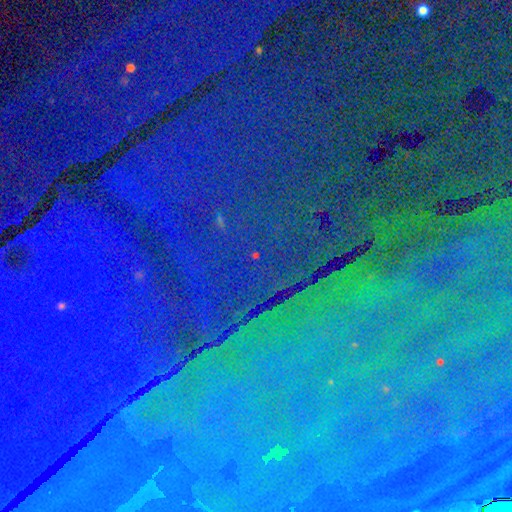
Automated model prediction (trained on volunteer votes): Smooth or featured? star or artifact (84%)